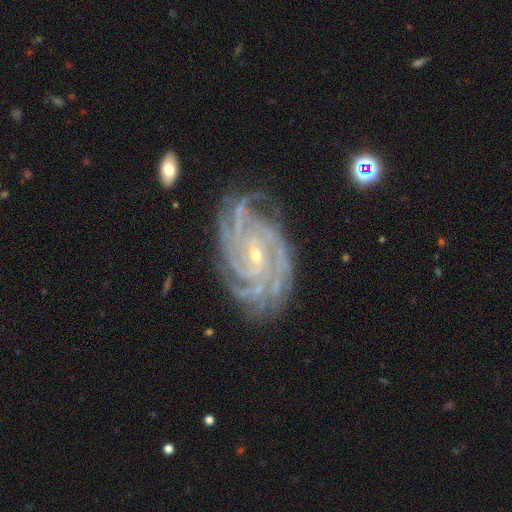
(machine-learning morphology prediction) Q: Smooth or featured?
A: featured or disk (92%); runner-up: star or artifact (5%)
Q: Edge-on disk?
A: no (97%); runner-up: yes (3%)
Q: Bar?
A: no (53%); runner-up: weak (33%)
Q: Spiral arms?
A: yes (99%); runner-up: no (1%)
Q: Spiral winding?
A: tight (73%); runner-up: medium (24%)
Q: Spiral arm count?
A: 4 (33%); runner-up: more than 4 (24%)
Q: Bulge size?
A: small (79%); runner-up: moderate (18%)
Q: Merging?
A: none (76%); runner-up: minor disturbance (17%)